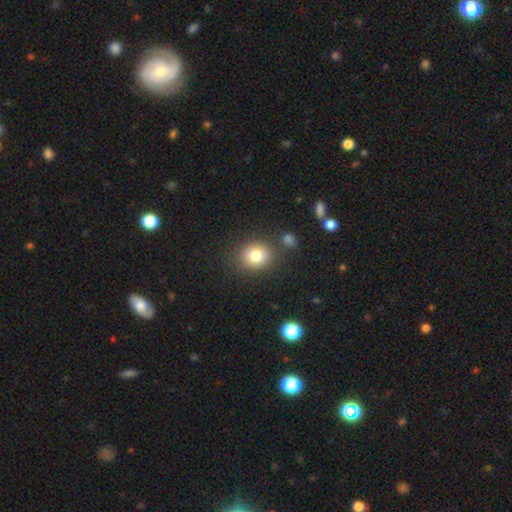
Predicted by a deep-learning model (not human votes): Smooth or featured? Predicted: smooth (p=0.81). How rounded? Predicted: round (p=0.75). Merging? Predicted: none (p=0.79).